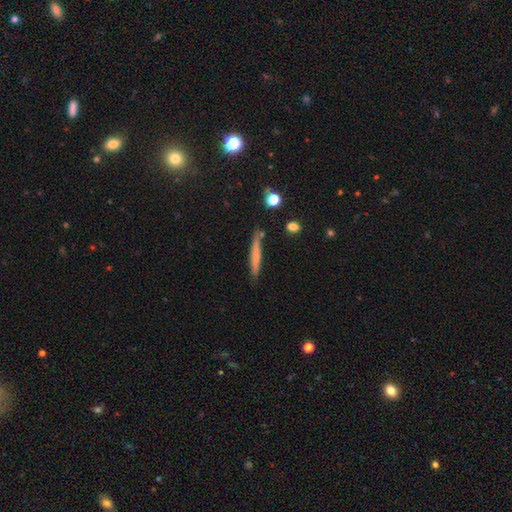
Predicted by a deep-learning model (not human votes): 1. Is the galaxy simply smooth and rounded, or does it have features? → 64% smooth, 29% featured or disk, 7% star or artifact.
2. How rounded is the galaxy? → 94% cigar-shaped, 4% in between, 2% round.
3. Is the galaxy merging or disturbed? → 81% none, 13% minor disturbance, 4% merger, 3% major disturbance.